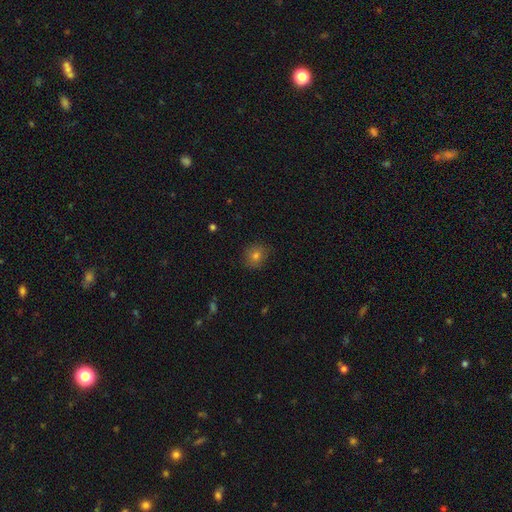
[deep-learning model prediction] smooth_or_featured: smooth (p=0.77) [alt: star or artifact p=0.14]
how_rounded: round (p=0.75) [alt: in between p=0.24]
merging: none (p=0.84) [alt: minor disturbance p=0.12]